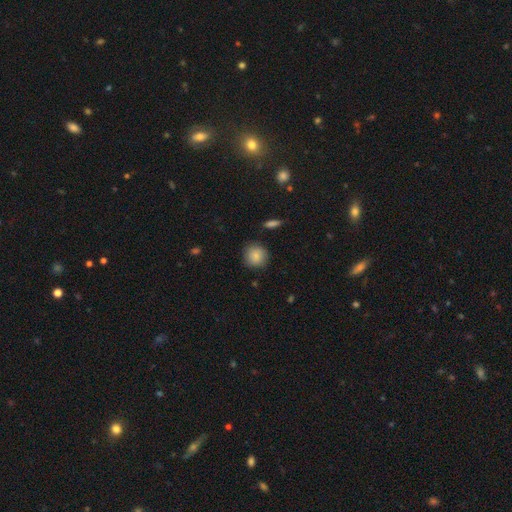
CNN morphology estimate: type=smooth (86%); roundness=round (90%); merging=none (86%).